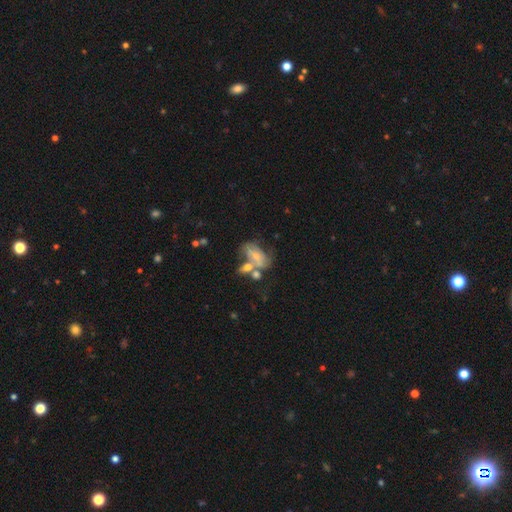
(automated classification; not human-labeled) smooth-or-featured: featured or disk: 50% | smooth: 42% | star or artifact: 9%
  merging: merger: 45% | none: 23% | minor disturbance: 16% | major disturbance: 15%